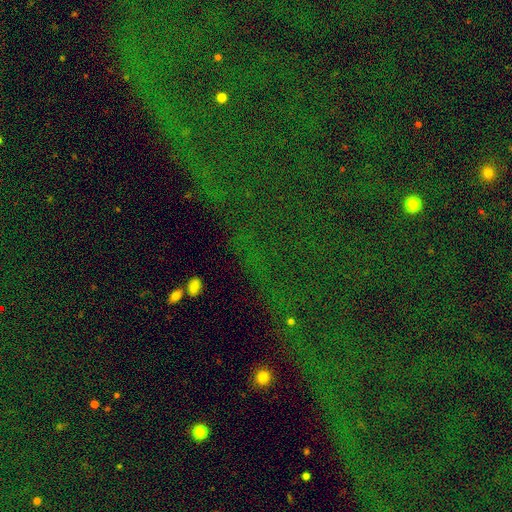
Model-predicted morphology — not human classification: smooth-or-featured: star or artifact: 85% | smooth: 8% | featured or disk: 8%